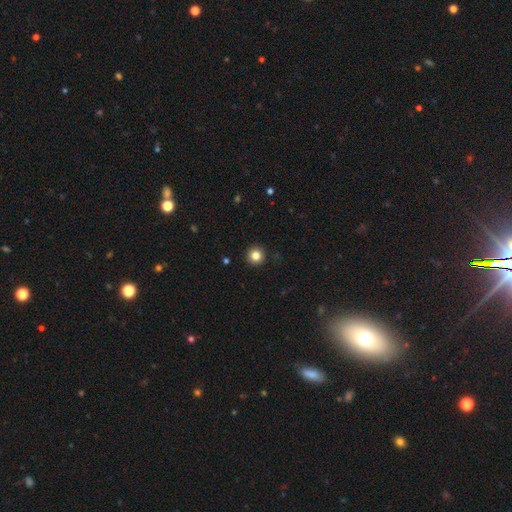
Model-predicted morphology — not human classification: This is clearly a smooth galaxy (83%). How rounded: clearly round (95%). Merging: clearly none (93%).